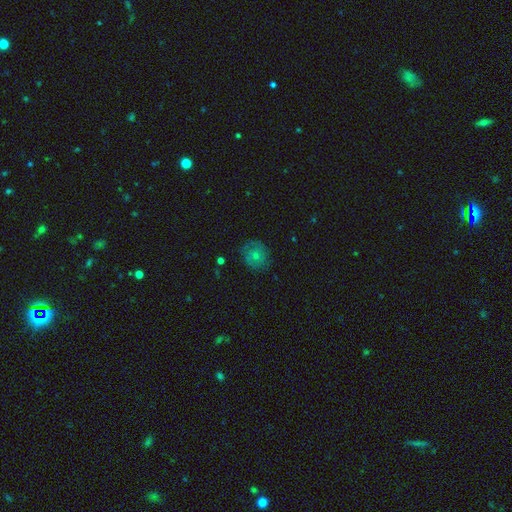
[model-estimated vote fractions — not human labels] This is marginally a smooth galaxy (44%). Merging: likely none (80%).